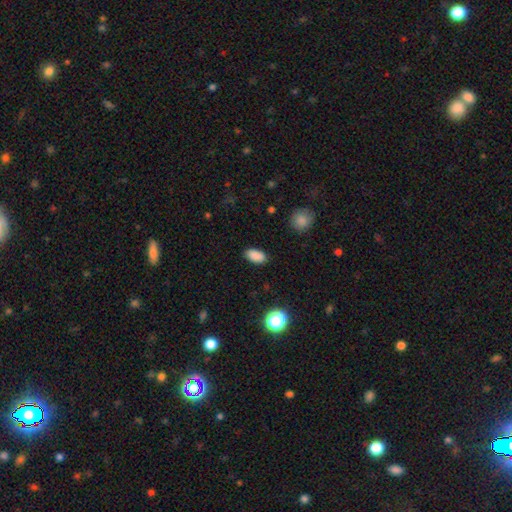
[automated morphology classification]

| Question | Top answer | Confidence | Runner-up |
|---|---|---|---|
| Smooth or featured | smooth | 87% | star or artifact (10%) |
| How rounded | in between | 92% | round (5%) |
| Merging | none | 87% | minor disturbance (9%) |